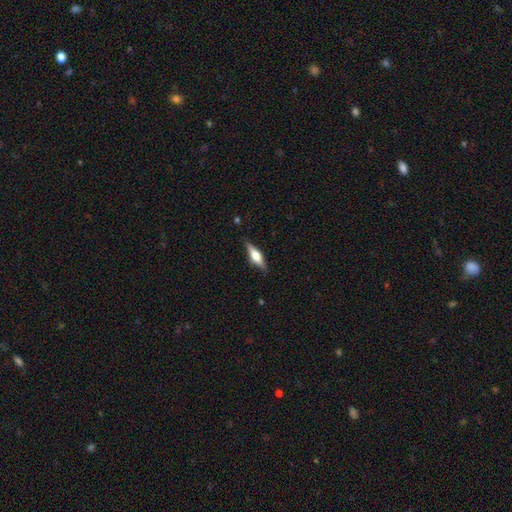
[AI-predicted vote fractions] Smooth or featured?
  - featured or disk: 57% *
  - smooth: 37%
  - star or artifact: 6%
Edge-on disk?
  - yes: 95% *
  - no: 5%
Edge-on bulge?
  - rounded: 88% *
  - boxy: 10%
  - none: 2%
Merging?
  - none: 85% *
  - minor disturbance: 12%
  - major disturbance: 3%
  - merger: 1%